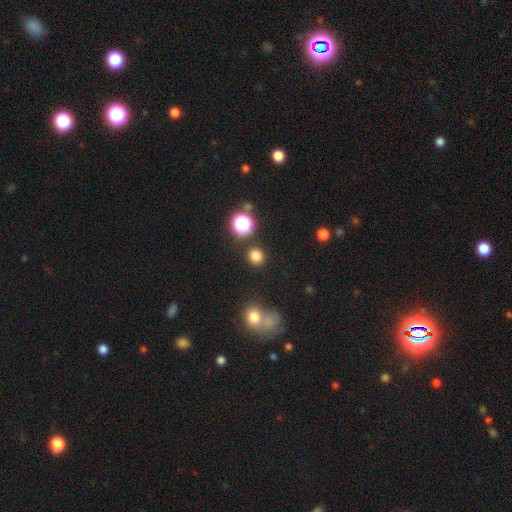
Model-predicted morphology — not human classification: Q: Smooth or featured?
A: smooth (80%); runner-up: star or artifact (16%)
Q: How rounded?
A: round (89%); runner-up: in between (10%)
Q: Merging?
A: none (86%); runner-up: minor disturbance (7%)